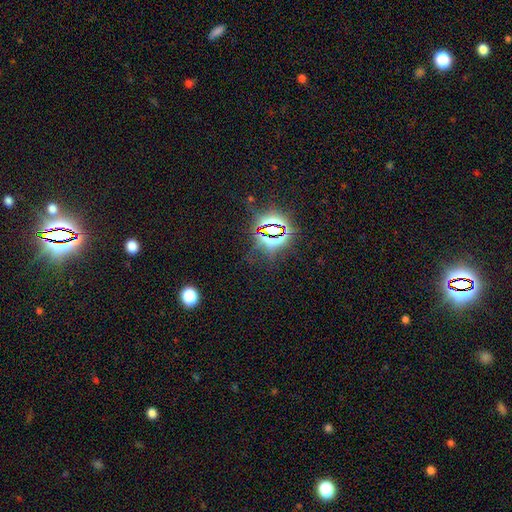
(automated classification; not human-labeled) The model was most divided on "smooth or featured": star or artifact: 82%, smooth: 11%, featured or disk: 7%.